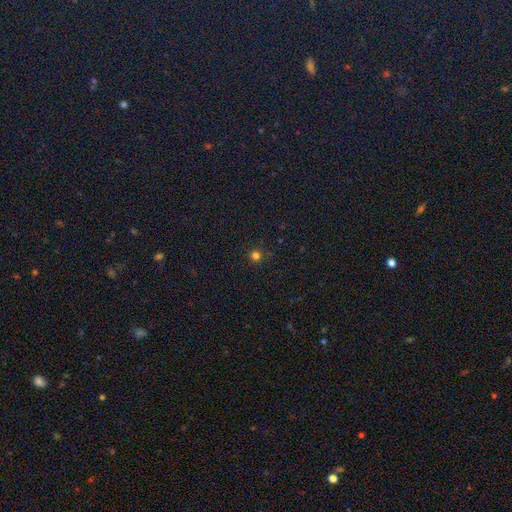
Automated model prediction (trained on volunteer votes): Overall: smooth (75%). How rounded: round (95%). Merging: none (91%).